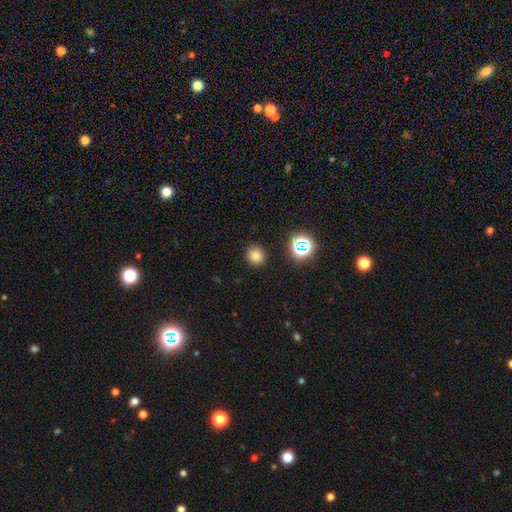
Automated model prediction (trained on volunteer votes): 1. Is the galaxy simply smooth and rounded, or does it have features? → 77% smooth, 17% star or artifact, 6% featured or disk.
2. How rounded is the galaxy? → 89% round, 10% in between, 1% cigar-shaped.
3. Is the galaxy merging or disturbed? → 90% none, 6% minor disturbance, 2% major disturbance, 2% merger.